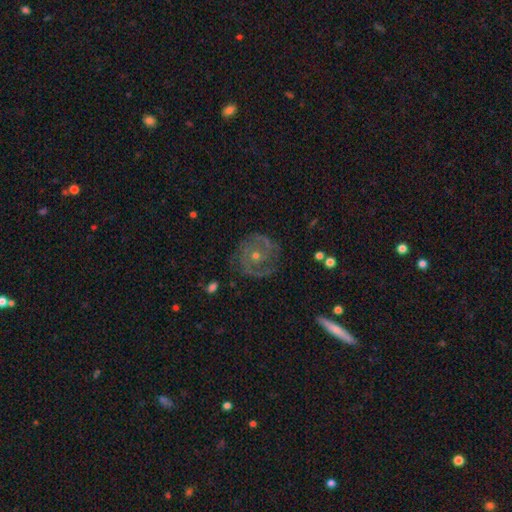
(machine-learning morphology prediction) Smooth or featured? Predicted: featured or disk (p=0.83). Edge-on disk? Predicted: no (p=0.97). Bar? Predicted: no (p=0.74). Spiral arms? Predicted: yes (p=0.93). Spiral winding? Predicted: tight (p=0.60). Spiral arm count? Predicted: 2 (p=0.54). Bulge size? Predicted: small (p=0.57). Merging? Predicted: none (p=0.79).